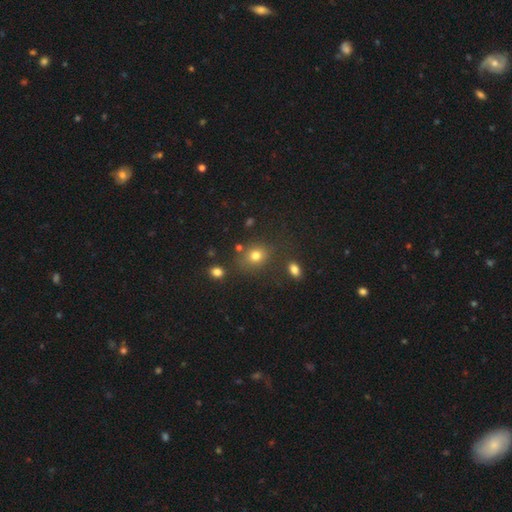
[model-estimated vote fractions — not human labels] The model was most divided on "how rounded": round: 61%, in between: 38%, cigar-shaped: 1%. More confident: smooth or featured — smooth (76%); merging — none (75%).